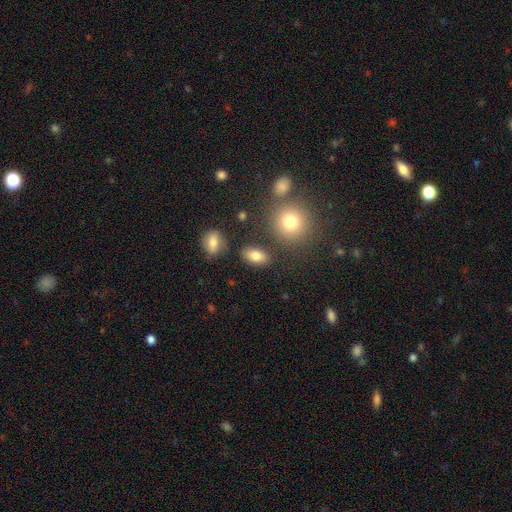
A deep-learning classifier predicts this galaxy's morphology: Smooth or featured?
  - smooth: 80% *
  - featured or disk: 10%
  - star or artifact: 10%
How rounded?
  - in between: 87% *
  - round: 9%
  - cigar-shaped: 4%
Merging?
  - none: 82% *
  - minor disturbance: 10%
  - merger: 4%
  - major disturbance: 3%